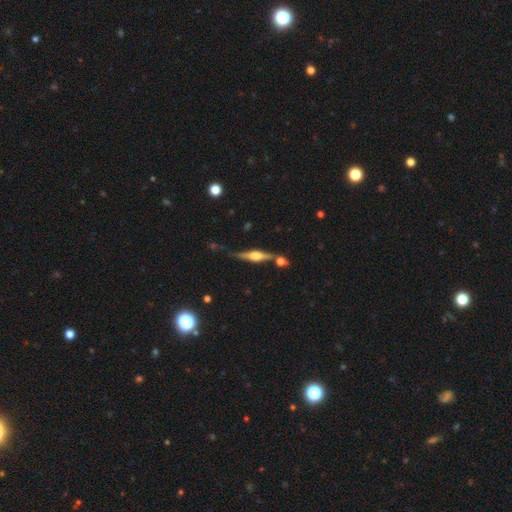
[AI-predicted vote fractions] Smooth or featured: featured or disk — 77% (smooth — 16%)
Edge-on disk: yes — 97% (no — 3%)
Edge-on bulge: rounded — 84% (boxy — 13%)
Merging: none — 71% (minor disturbance — 14%)